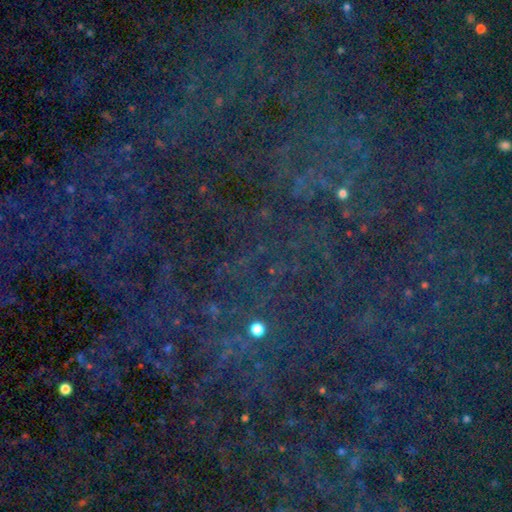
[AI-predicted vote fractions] star or artifact 80%, smooth 12%, featured or disk 8%.